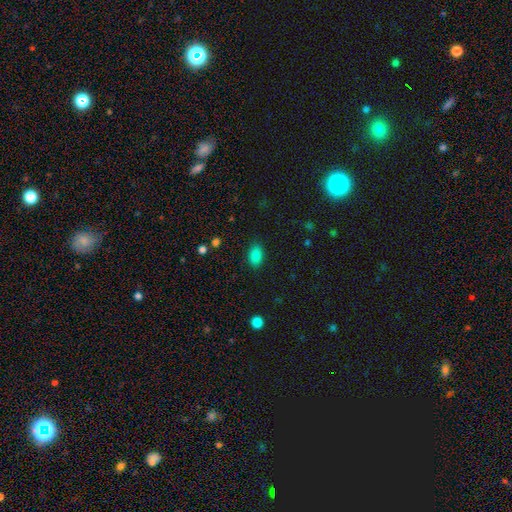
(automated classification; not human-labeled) A smooth galaxy with no disk features (87%) that is in between round and cigar-shaped (91%).

Vote fractions:
- Smooth or featured? smooth: 87% / star or artifact: 10% / featured or disk: 3%
- How rounded? in between: 91% / round: 7% / cigar-shaped: 2%
- Merging? none: 87% / minor disturbance: 9% / major disturbance: 3% / merger: 1%